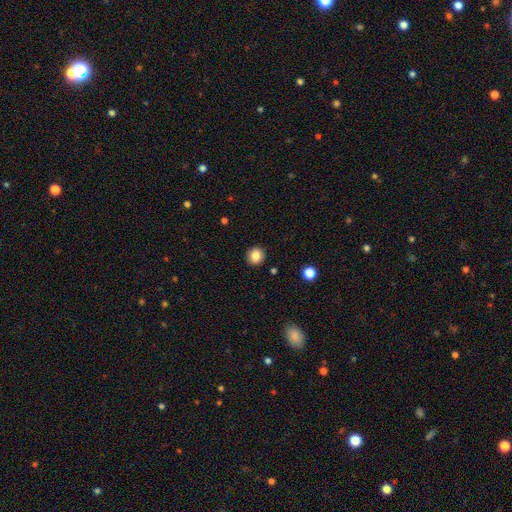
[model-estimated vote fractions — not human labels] This is clearly a smooth galaxy (85%). How rounded: clearly round (91%). Merging: clearly none (92%).